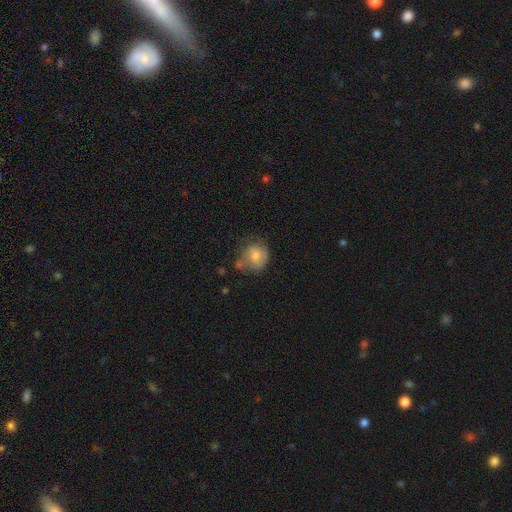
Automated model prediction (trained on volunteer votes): smooth_or_featured: smooth (p=0.66) [alt: featured or disk p=0.25]
how_rounded: round (p=0.68) [alt: in between p=0.31]
merging: none (p=0.47) [alt: minor disturbance p=0.29]